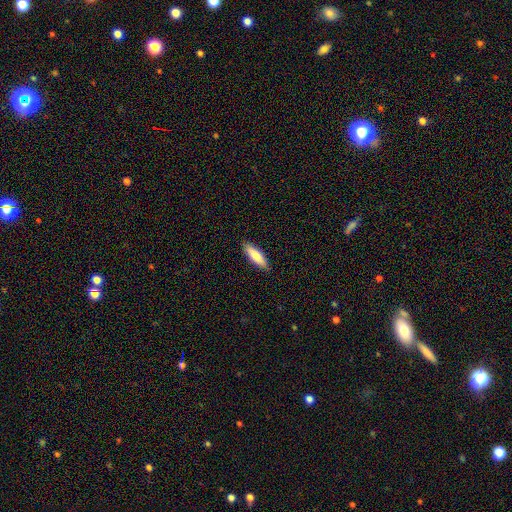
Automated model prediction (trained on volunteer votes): A smooth galaxy with no disk features (78%) that is cigar-shaped (52%). Merging: none (88%).